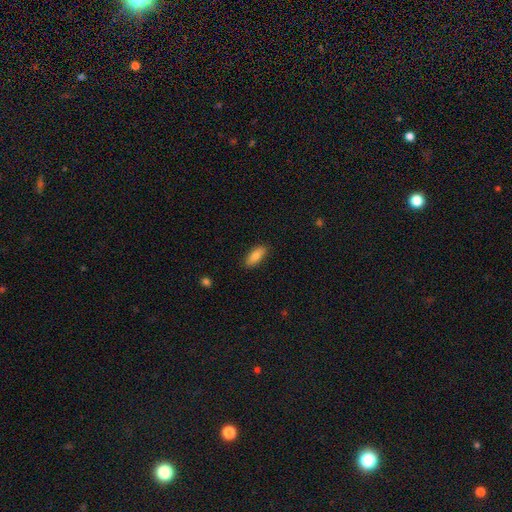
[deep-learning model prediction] Smooth or featured?
  - smooth: 82% *
  - featured or disk: 11%
  - star or artifact: 7%
How rounded?
  - in between: 76% *
  - cigar-shaped: 22%
  - round: 2%
Merging?
  - none: 88% *
  - minor disturbance: 9%
  - major disturbance: 2%
  - merger: 1%